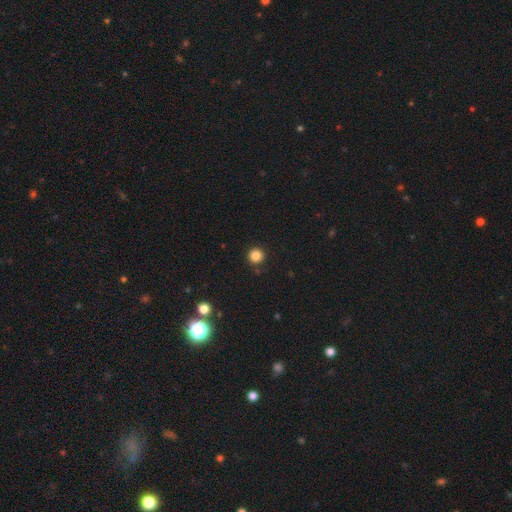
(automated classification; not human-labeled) smooth_or_featured: smooth (p=0.84) [alt: star or artifact p=0.12]
how_rounded: round (p=0.95) [alt: in between p=0.04]
merging: none (p=0.91) [alt: minor disturbance p=0.05]